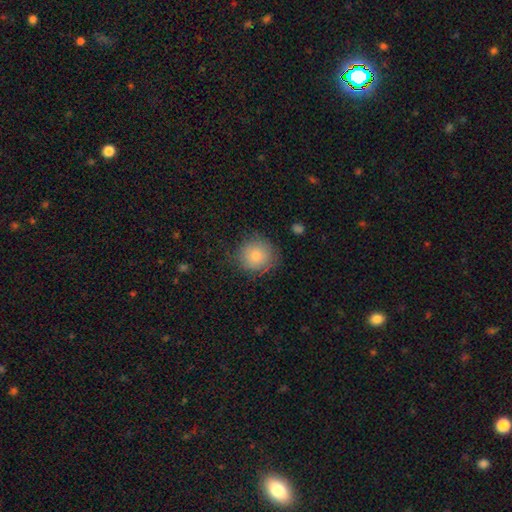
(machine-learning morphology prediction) This appears to be a smooth galaxy with no disk features (77%) that is round (92%). Merging: none (78%).